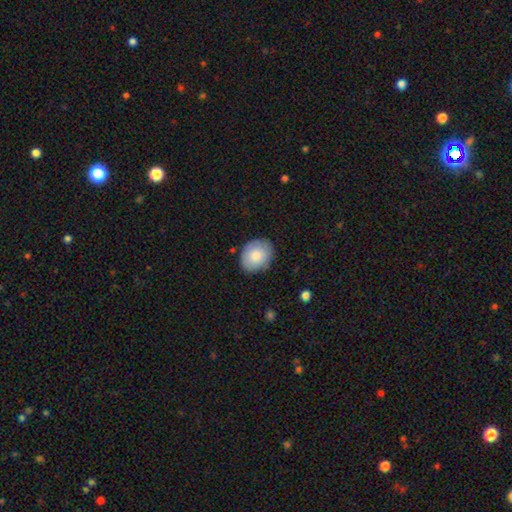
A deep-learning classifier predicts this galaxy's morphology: Smooth or featured? Predicted: smooth (p=0.83). How rounded? Predicted: in between (p=0.58). Merging? Predicted: none (p=0.82).